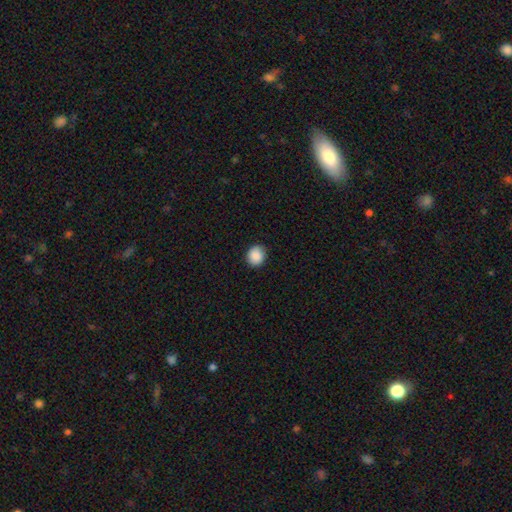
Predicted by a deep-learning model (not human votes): Morphology: type=smooth (88%); roundness=round (72%); merging=none (88%).